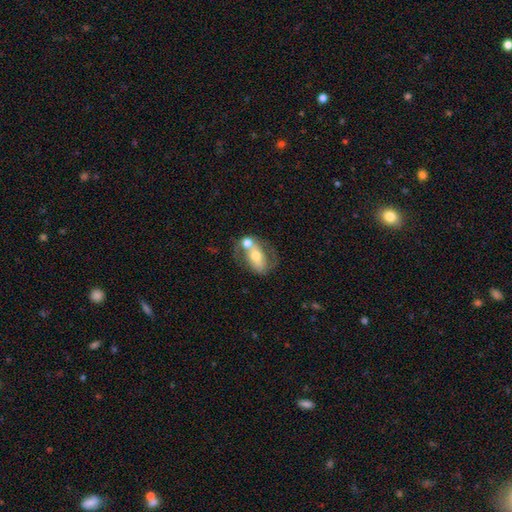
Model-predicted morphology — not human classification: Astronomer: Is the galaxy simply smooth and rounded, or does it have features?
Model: featured or disk — 59%.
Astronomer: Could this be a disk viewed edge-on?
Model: no — 94%.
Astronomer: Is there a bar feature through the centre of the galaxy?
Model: no — 45% (runner-up: weak, 29%).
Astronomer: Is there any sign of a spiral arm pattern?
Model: yes — 64%.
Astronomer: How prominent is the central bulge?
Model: moderate — 64%.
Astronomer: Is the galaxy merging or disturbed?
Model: merger — 38% (runner-up: none, 36%).